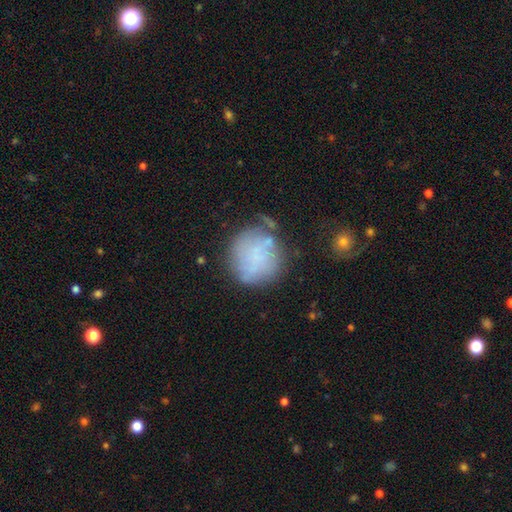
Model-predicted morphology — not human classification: The model was most divided on "smooth or featured": smooth: 57%, featured or disk: 30%, star or artifact: 13%. More confident: how rounded — round (84%); merging — none (55%).